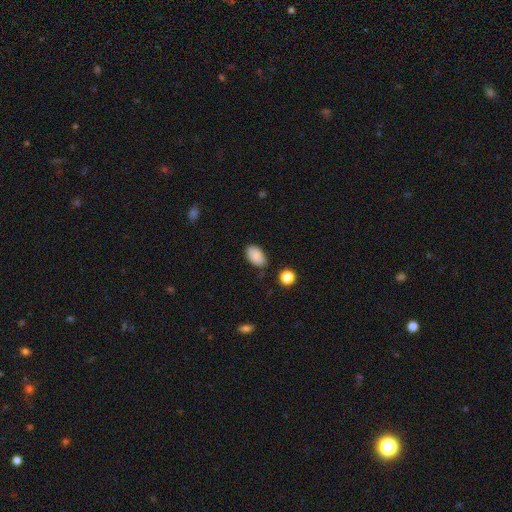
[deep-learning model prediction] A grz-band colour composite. It shows a smooth galaxy with no disk features (88%) that is in between round and cigar-shaped (92%). Merging: none (80%).